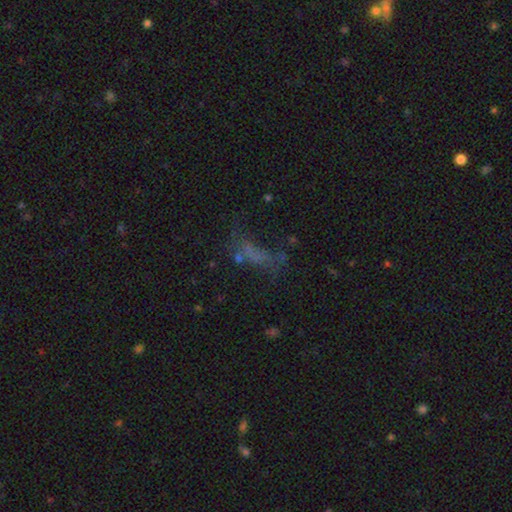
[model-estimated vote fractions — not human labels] A smooth galaxy with no disk features (38%). Merging: none (39%).